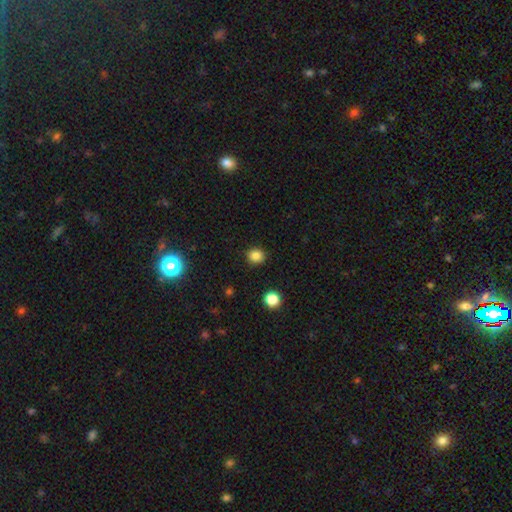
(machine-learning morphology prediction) Smooth or featured? smooth (84%)
How rounded? round (83%)
Merging? none (90%)